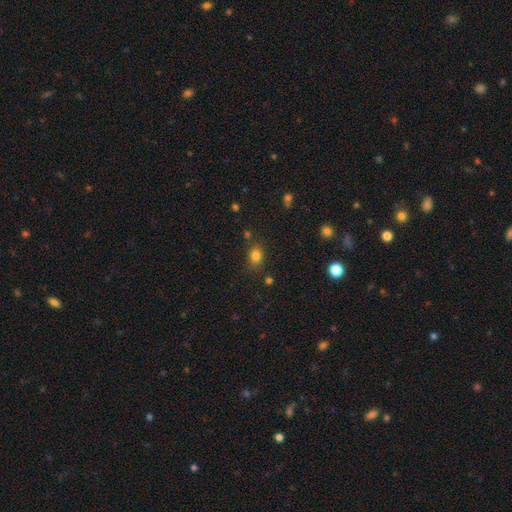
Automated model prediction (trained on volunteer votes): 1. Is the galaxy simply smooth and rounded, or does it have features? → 80% smooth, 13% star or artifact, 7% featured or disk.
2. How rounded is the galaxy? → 64% in between, 34% round, 1% cigar-shaped.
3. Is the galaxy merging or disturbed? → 75% none, 15% minor disturbance, 5% merger, 5% major disturbance.